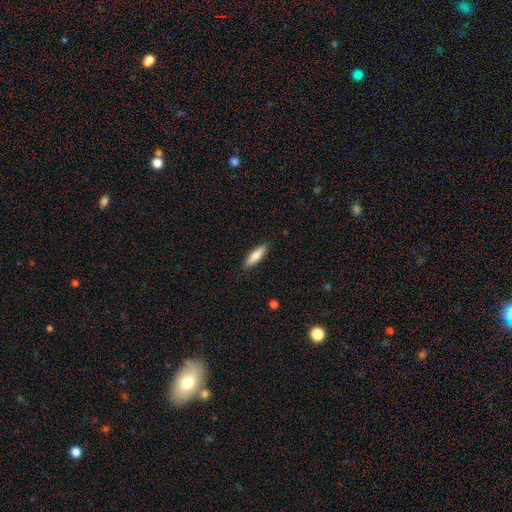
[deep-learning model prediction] Smooth or featured? smooth (81%)
How rounded? cigar-shaped (65%)
Merging? none (87%)